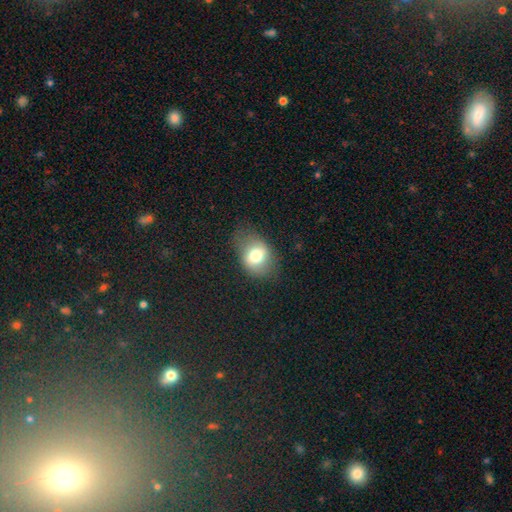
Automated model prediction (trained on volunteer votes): Smooth or featured? smooth (71%)
How rounded? in between (64%)
Merging? none (63%)